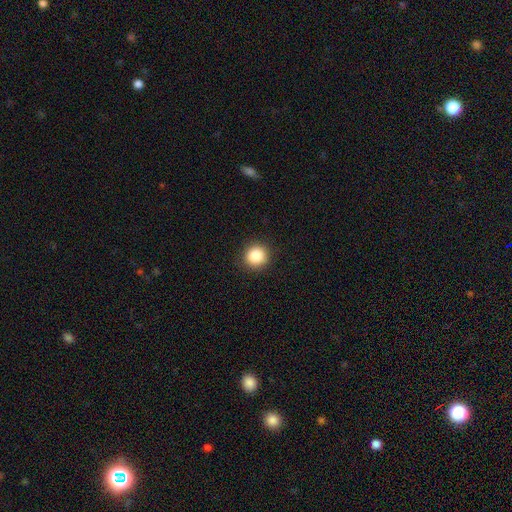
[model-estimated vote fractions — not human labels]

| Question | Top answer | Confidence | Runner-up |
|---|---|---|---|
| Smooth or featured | smooth | 86% | star or artifact (10%) |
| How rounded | round | 92% | in between (7%) |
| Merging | none | 91% | minor disturbance (6%) |